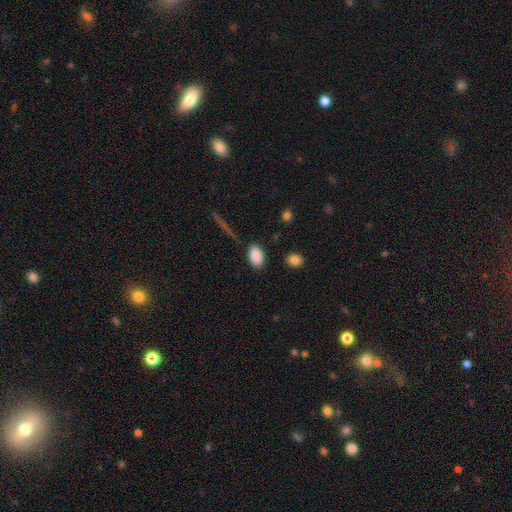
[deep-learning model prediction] Smooth or featured? Predicted: smooth (p=0.89). How rounded? Predicted: in between (p=0.92). Merging? Predicted: none (p=0.84).